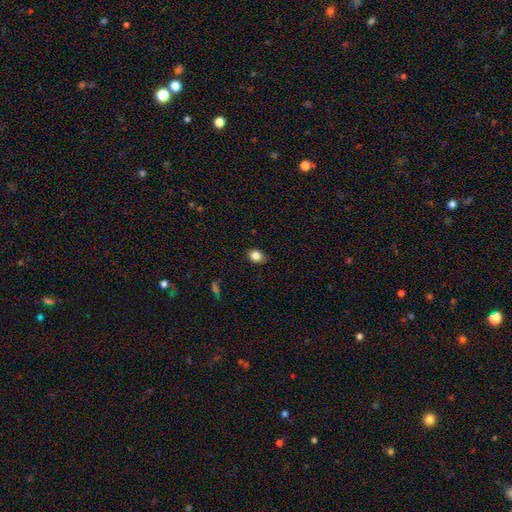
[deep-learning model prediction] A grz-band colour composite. It shows a smooth galaxy with no disk features (84%) that is in between round and cigar-shaped (54%). Merging: none (81%).